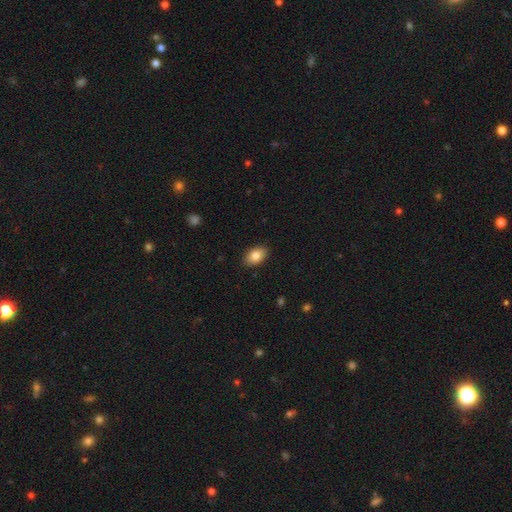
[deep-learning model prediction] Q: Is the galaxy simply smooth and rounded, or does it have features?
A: smooth — 83%.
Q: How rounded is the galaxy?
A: in between — 88%.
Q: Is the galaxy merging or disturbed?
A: none — 88%.